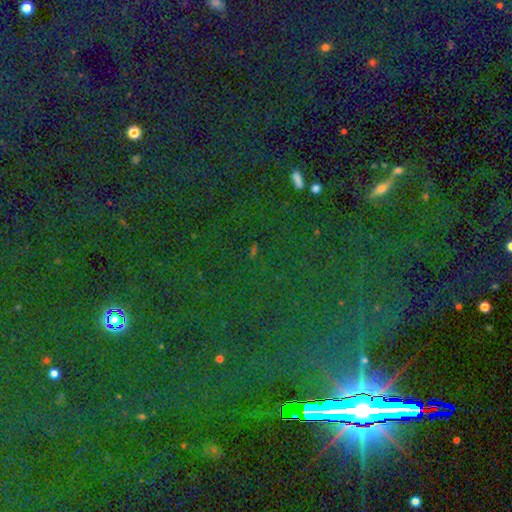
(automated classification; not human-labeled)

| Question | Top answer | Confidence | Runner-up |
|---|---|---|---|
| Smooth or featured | star or artifact | 83% | smooth (9%) |